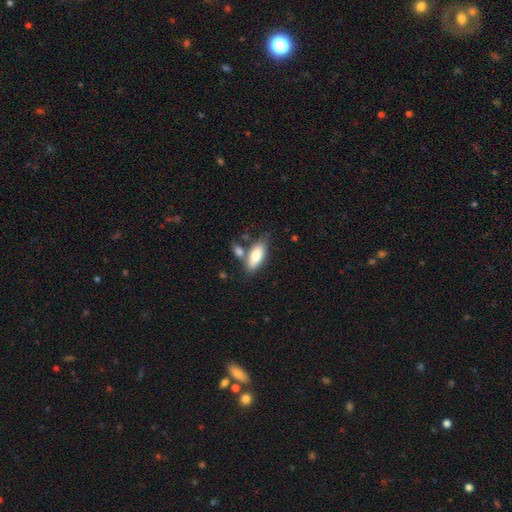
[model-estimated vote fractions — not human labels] smooth 78%, featured or disk 16%, star or artifact 6%. Down the decision tree: how rounded — in between (79%); merging — none (56%).